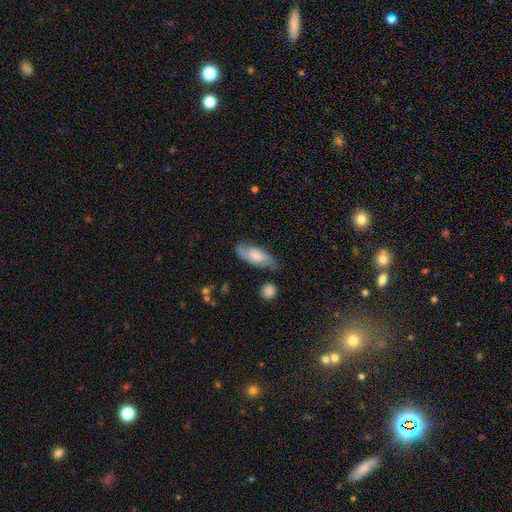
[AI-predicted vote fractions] Smooth or featured?
  - smooth: 53% *
  - featured or disk: 41%
  - star or artifact: 6%
How rounded?
  - in between: 77% *
  - cigar-shaped: 20%
  - round: 3%
Merging?
  - none: 72% *
  - minor disturbance: 20%
  - major disturbance: 5%
  - merger: 3%